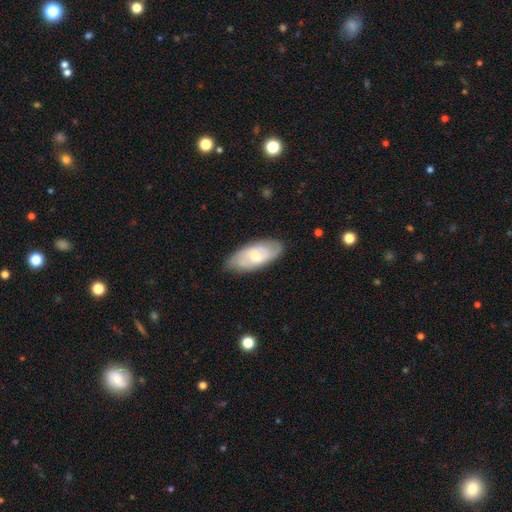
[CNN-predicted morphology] Smooth or featured? Predicted: featured or disk (p=0.51). Edge-on disk? Predicted: no (p=0.89). Merging? Predicted: none (p=0.80).